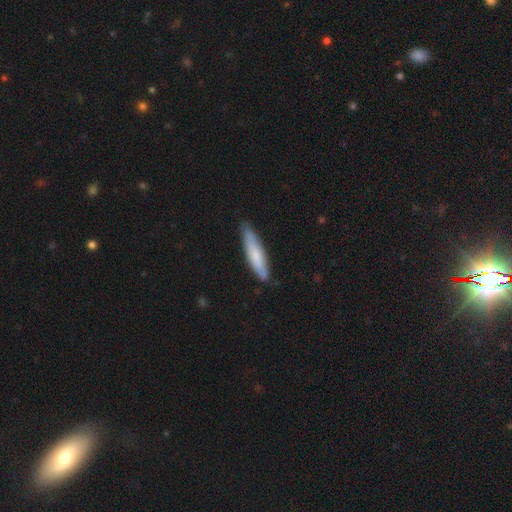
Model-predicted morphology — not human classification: Smooth or featured: smooth — 71% (featured or disk — 24%)
How rounded: cigar-shaped — 83% (in between — 16%)
Merging: none — 79% (minor disturbance — 17%)